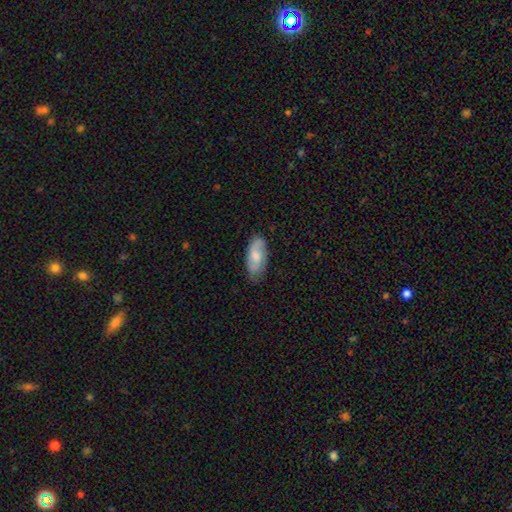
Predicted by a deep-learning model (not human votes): Smooth or featured: smooth — 50% (featured or disk — 44%)
How rounded: in between — 87% (cigar-shaped — 10%)
Merging: none — 76% (minor disturbance — 19%)